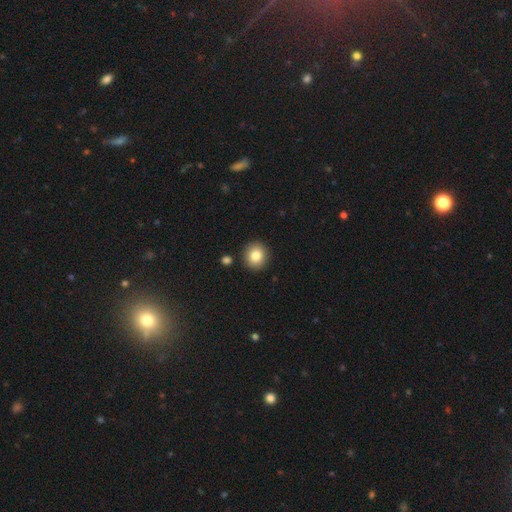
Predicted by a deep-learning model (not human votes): Q: Smooth or featured?
A: smooth (82%); runner-up: star or artifact (10%)
Q: How rounded?
A: round (89%); runner-up: in between (10%)
Q: Merging?
A: none (89%); runner-up: minor disturbance (6%)